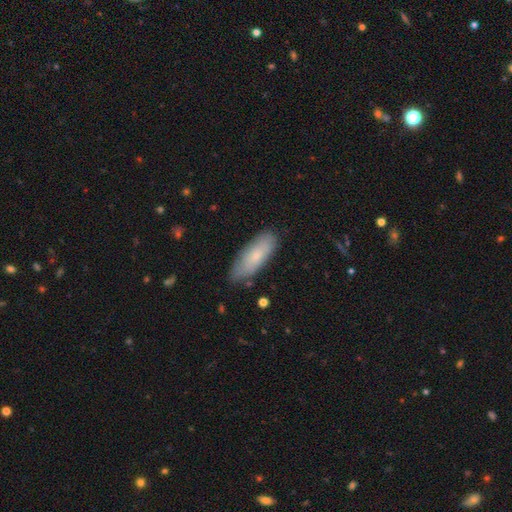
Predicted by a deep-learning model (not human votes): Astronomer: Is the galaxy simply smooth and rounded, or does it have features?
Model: smooth — 73%.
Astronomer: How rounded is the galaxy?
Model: in between — 65%.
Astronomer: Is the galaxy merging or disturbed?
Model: none — 79%.